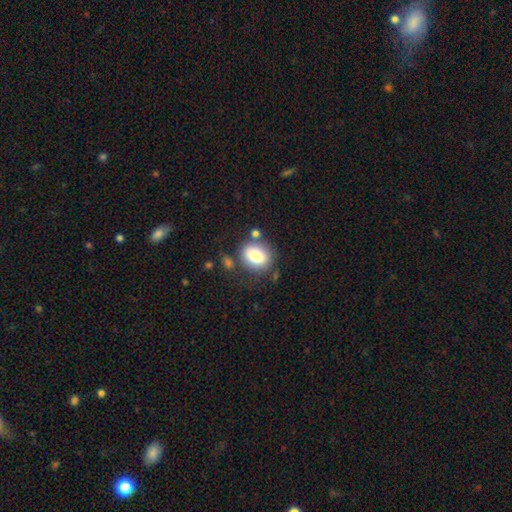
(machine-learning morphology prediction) Smooth or featured?
  - smooth: 78% *
  - featured or disk: 13%
  - star or artifact: 9%
How rounded?
  - round: 58% *
  - in between: 41%
  - cigar-shaped: 1%
Merging?
  - none: 73% *
  - minor disturbance: 14%
  - merger: 8%
  - major disturbance: 5%